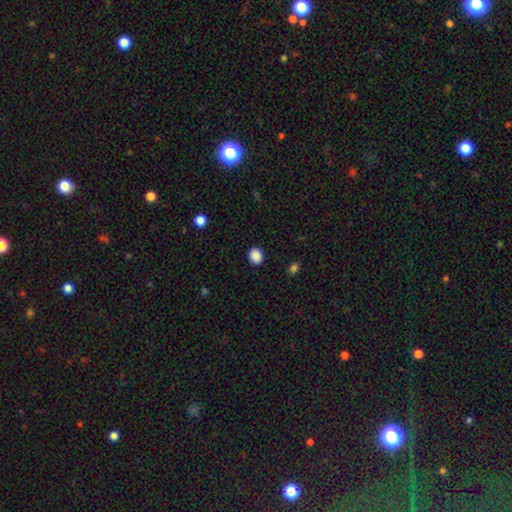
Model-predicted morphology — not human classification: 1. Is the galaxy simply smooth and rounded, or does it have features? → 89% smooth, 9% star or artifact, 2% featured or disk.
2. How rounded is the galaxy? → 69% round, 30% in between, 1% cigar-shaped.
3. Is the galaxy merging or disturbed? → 91% none, 6% minor disturbance, 2% major disturbance, 1% merger.